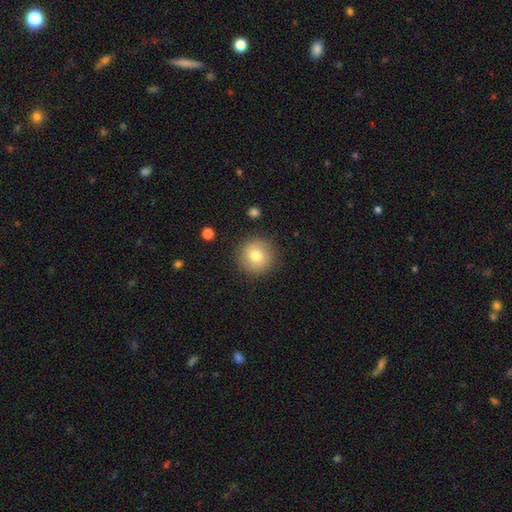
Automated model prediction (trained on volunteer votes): The model was most divided on "smooth or featured": smooth: 76%, featured or disk: 15%, star or artifact: 9%. More confident: how rounded — round (95%); merging — none (88%).